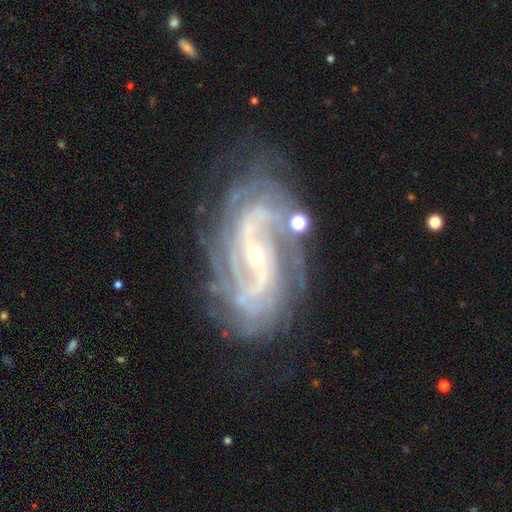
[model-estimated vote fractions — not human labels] This appears to be a featured or disk galaxy (91%) with a weak bar (39%), 2 (46%) tight (46%) spiral arms (98%) and a small central bulge (76%). Merging: none (72%).